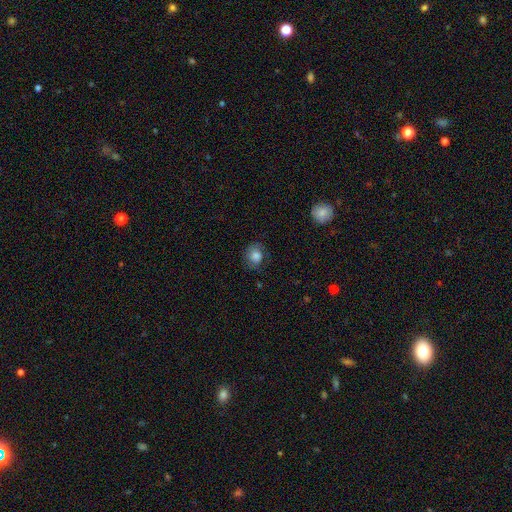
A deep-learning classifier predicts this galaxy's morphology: Overall: smooth (76%). How rounded: round (71%). Merging: none (71%).